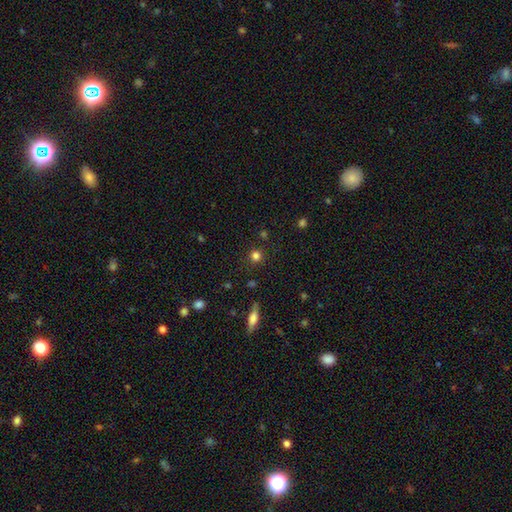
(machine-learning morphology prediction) Smooth or featured?
  - smooth: 78% *
  - star or artifact: 15%
  - featured or disk: 6%
How rounded?
  - round: 91% *
  - in between: 7%
  - cigar-shaped: 1%
Merging?
  - none: 87% *
  - minor disturbance: 8%
  - major disturbance: 3%
  - merger: 3%